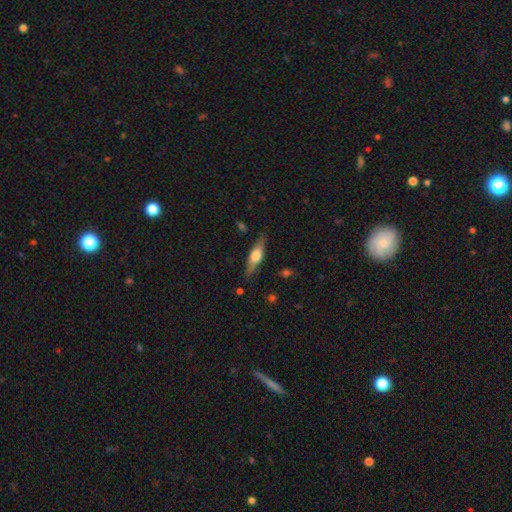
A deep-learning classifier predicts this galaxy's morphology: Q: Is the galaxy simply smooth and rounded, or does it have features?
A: featured or disk — 52%.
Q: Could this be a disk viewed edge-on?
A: yes — 93%.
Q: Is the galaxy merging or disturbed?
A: none — 84%.